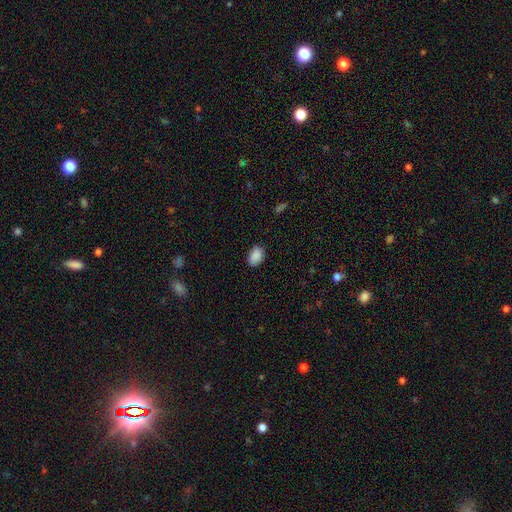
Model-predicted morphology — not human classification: Q: Smooth or featured?
A: smooth (89%); runner-up: star or artifact (8%)
Q: How rounded?
A: in between (83%); runner-up: round (16%)
Q: Merging?
A: none (84%); runner-up: minor disturbance (13%)